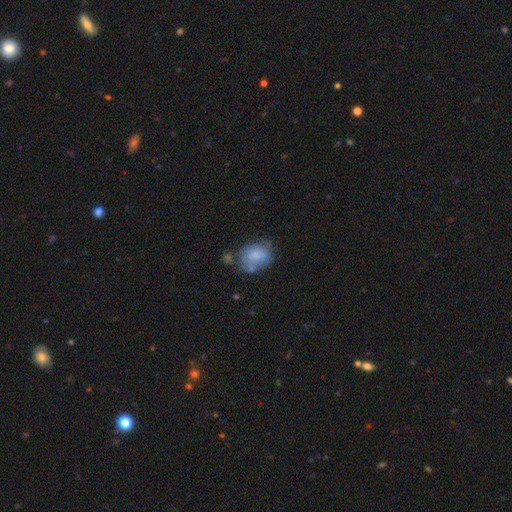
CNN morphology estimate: smooth 68%, featured or disk 23%, star or artifact 9%. Down the decision tree: how rounded — round (51%); merging — none (42%).